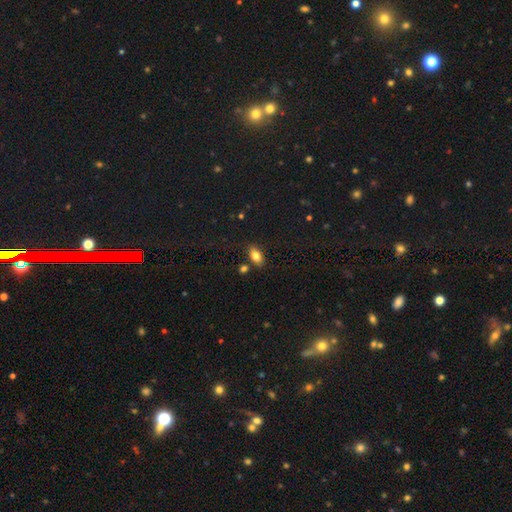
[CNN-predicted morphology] This appears to be a smooth galaxy with no disk features (81%) that is in between round and cigar-shaped (89%). Merging: none (80%).